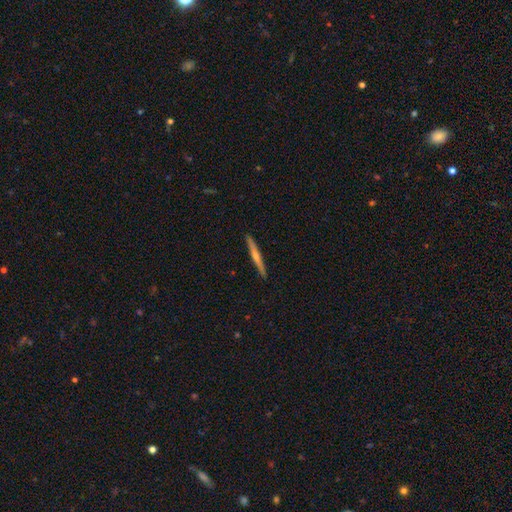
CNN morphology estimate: Overall: featured or disk (71%). Edge-on disk: yes (98%). Edge-on bulge: rounded (76%). Merging: none (91%).